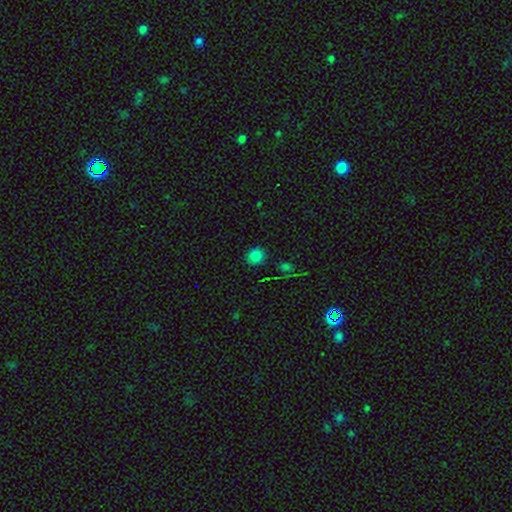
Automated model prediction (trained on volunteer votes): Q: Smooth or featured?
A: smooth (82%); runner-up: star or artifact (13%)
Q: How rounded?
A: round (88%); runner-up: in between (11%)
Q: Merging?
A: none (89%); runner-up: minor disturbance (7%)